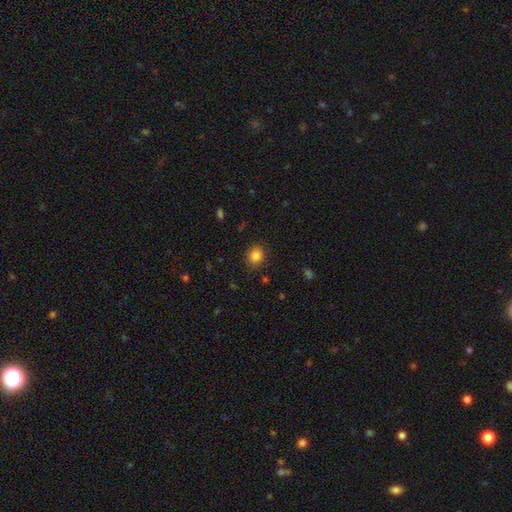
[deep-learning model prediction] Smooth or featured? smooth (84%)
How rounded? round (74%)
Merging? none (86%)